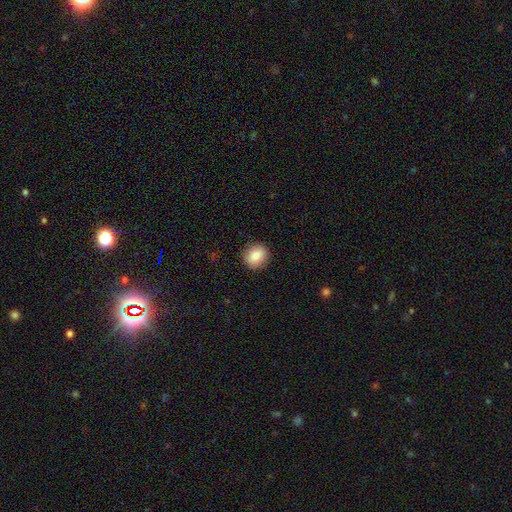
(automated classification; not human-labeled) Smooth or featured? smooth (85%)
How rounded? round (79%)
Merging? none (90%)